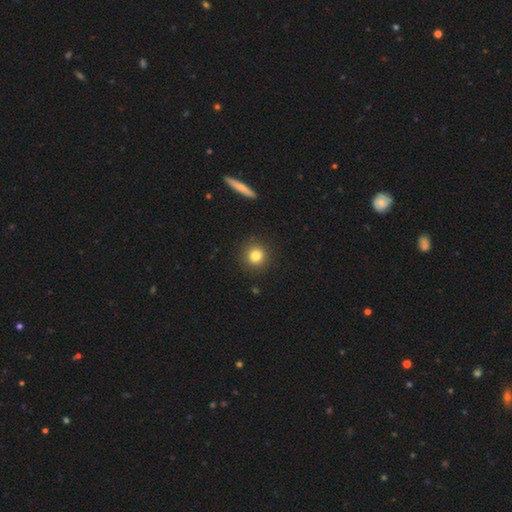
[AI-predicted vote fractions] smooth-or-featured: smooth: 82% | star or artifact: 11% | featured or disk: 7%
  how-rounded: round: 93% | in between: 6% | cigar-shaped: 1%
  merging: none: 90% | minor disturbance: 6% | major disturbance: 2% | merger: 1%